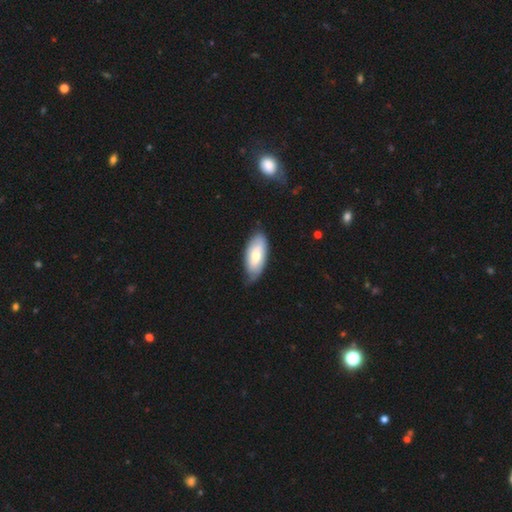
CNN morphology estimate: smooth_or_featured: smooth (p=0.60) [alt: featured or disk p=0.35]
how_rounded: in between (p=0.90) [alt: cigar-shaped p=0.08]
merging: none (p=0.69) [alt: minor disturbance p=0.25]